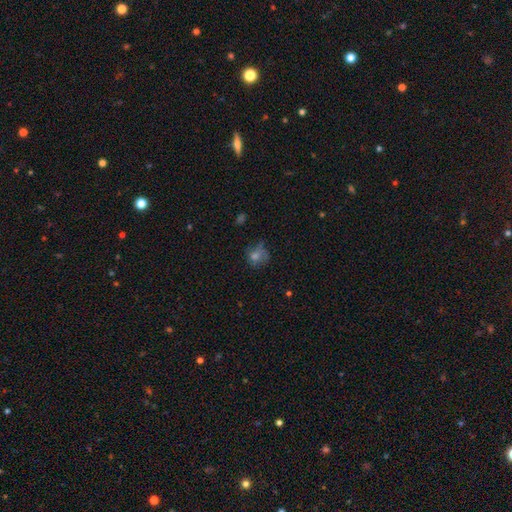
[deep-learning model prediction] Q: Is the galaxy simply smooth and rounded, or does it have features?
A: smooth — 55%.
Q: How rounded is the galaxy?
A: round — 75%.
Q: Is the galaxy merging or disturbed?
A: none — 54%.